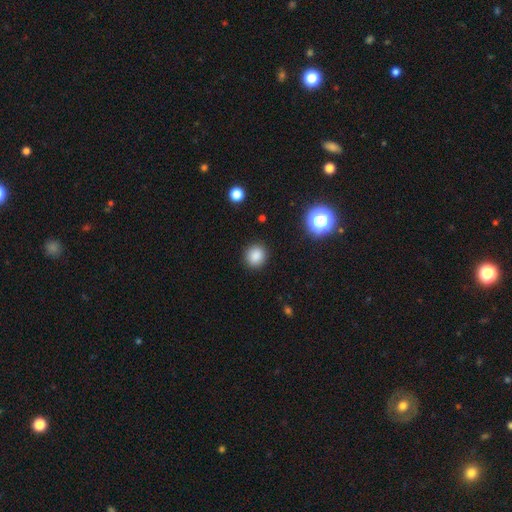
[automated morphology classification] This is clearly a smooth galaxy (85%). How rounded: clearly round (86%). Merging: clearly none (91%).